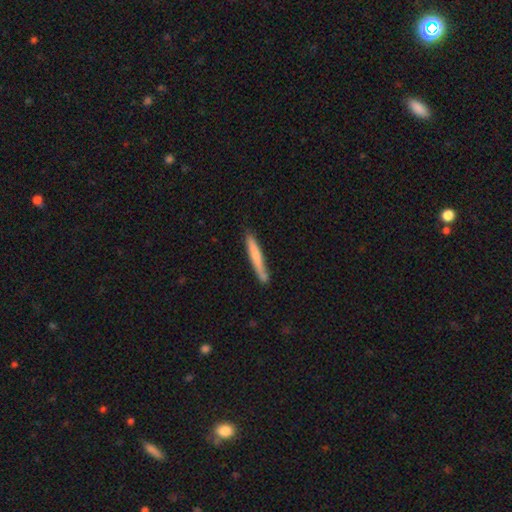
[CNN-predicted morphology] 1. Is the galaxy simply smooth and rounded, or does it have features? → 68% smooth, 27% featured or disk, 5% star or artifact.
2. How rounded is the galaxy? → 96% cigar-shaped, 3% in between, 1% round.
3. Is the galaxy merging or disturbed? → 79% none, 15% minor disturbance, 4% merger, 3% major disturbance.